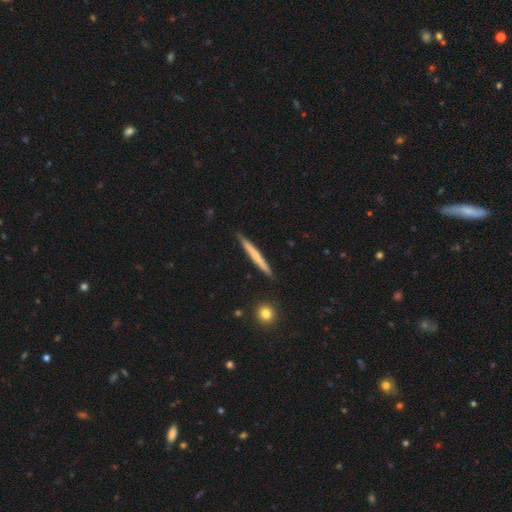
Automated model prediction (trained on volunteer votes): A smooth galaxy with no disk features (53%) that is cigar-shaped (97%).

Vote fractions:
- Smooth or featured? smooth: 53% / featured or disk: 42% / star or artifact: 5%
- How rounded? cigar-shaped: 97% / in between: 2% / round: 1%
- Merging? none: 90% / minor disturbance: 7% / merger: 1% / major disturbance: 1%